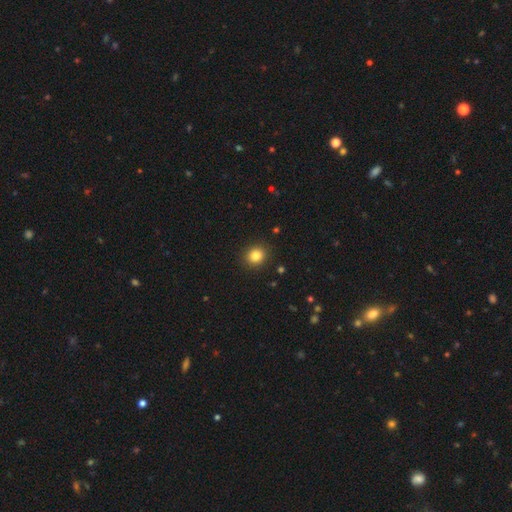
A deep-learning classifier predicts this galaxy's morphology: This is clearly a smooth galaxy (84%). How rounded: likely round (77%). Merging: clearly none (90%).